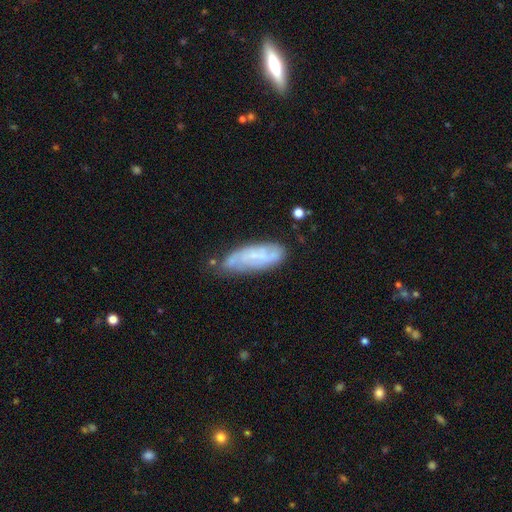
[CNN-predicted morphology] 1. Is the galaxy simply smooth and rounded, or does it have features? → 57% featured or disk, 35% smooth, 8% star or artifact.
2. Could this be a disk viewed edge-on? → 85% no, 15% yes.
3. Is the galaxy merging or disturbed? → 61% none, 26% minor disturbance, 7% major disturbance, 5% merger.